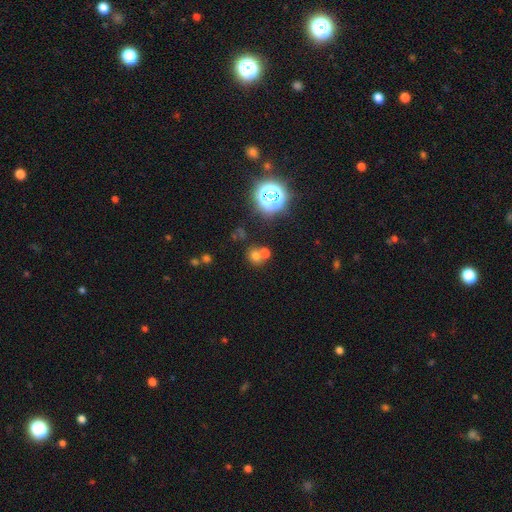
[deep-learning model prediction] smooth-or-featured: smooth: 62% | star or artifact: 27% | featured or disk: 12%
  how-rounded: round: 77% | in between: 22% | cigar-shaped: 1%
  merging: none: 50% | merger: 38% | minor disturbance: 8% | major disturbance: 4%